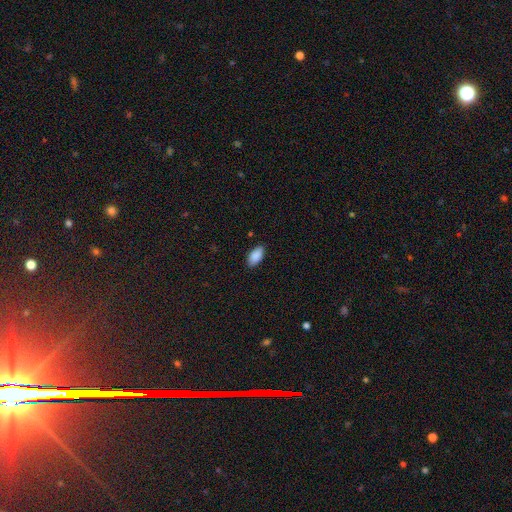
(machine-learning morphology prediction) Smooth or featured?
  - smooth: 90% *
  - star or artifact: 7%
  - featured or disk: 4%
How rounded?
  - in between: 94% *
  - cigar-shaped: 4%
  - round: 2%
Merging?
  - none: 86% *
  - minor disturbance: 10%
  - major disturbance: 2%
  - merger: 1%